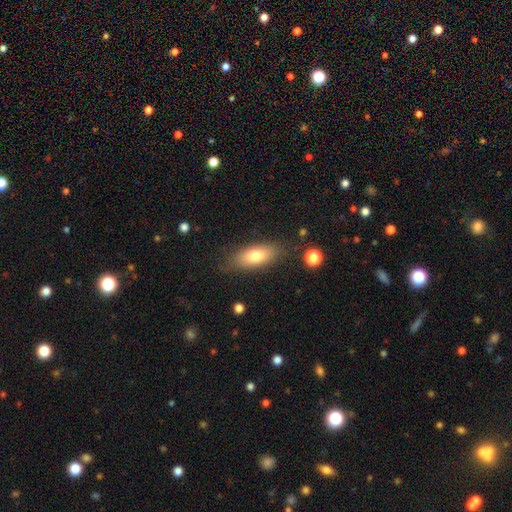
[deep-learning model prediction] A smooth galaxy with no disk features (75%) that is in between round and cigar-shaped (79%).

Vote fractions:
- Smooth or featured? smooth: 75% / featured or disk: 18% / star or artifact: 7%
- How rounded? in between: 79% / cigar-shaped: 18% / round: 4%
- Merging? none: 79% / minor disturbance: 15% / major disturbance: 4% / merger: 2%